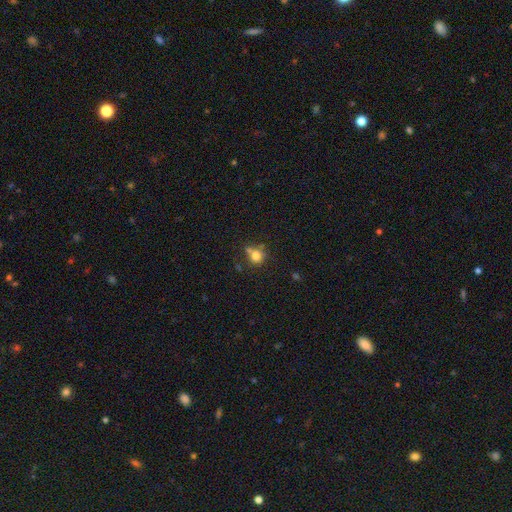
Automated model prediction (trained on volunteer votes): This is likely a smooth galaxy (76%). How rounded: clearly round (83%). Merging: possibly none (55%).